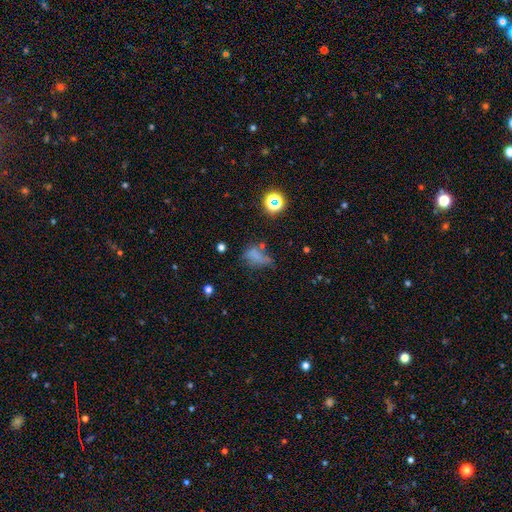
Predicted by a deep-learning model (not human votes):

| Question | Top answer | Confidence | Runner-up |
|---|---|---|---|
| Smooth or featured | smooth | 57% | star or artifact (23%) |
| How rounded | in between | 73% | round (19%) |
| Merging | none | 34% | minor disturbance (29%) |